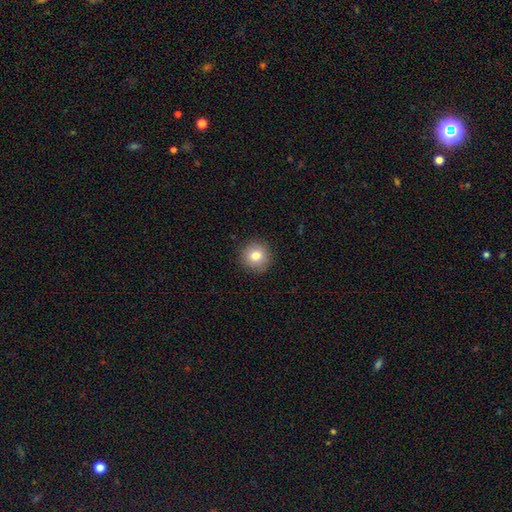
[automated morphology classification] Smooth or featured: smooth — 80% (star or artifact — 11%)
How rounded: round — 94% (in between — 5%)
Merging: none — 92% (minor disturbance — 5%)